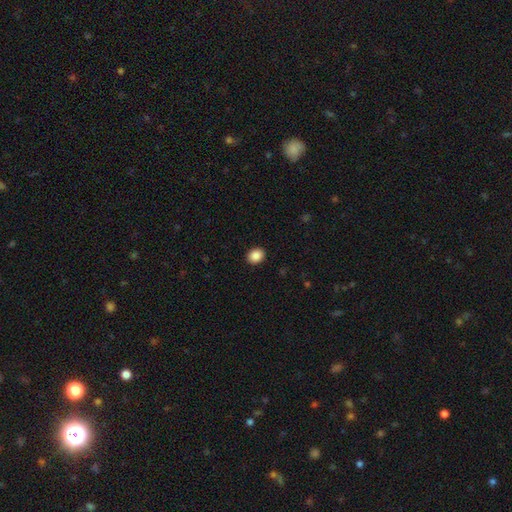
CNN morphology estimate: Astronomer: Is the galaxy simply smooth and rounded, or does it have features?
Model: smooth — 89%.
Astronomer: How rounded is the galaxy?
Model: round — 50% (runner-up: in between, 49%).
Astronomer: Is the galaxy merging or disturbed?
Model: none — 92%.